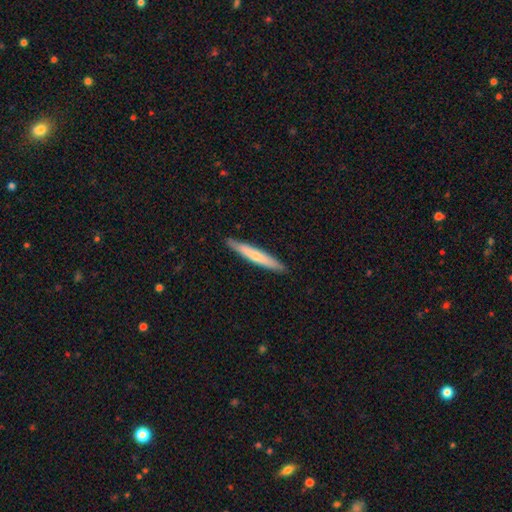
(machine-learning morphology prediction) Q: Smooth or featured?
A: smooth (60%); runner-up: featured or disk (35%)
Q: How rounded?
A: cigar-shaped (95%); runner-up: in between (4%)
Q: Merging?
A: none (91%); runner-up: minor disturbance (7%)